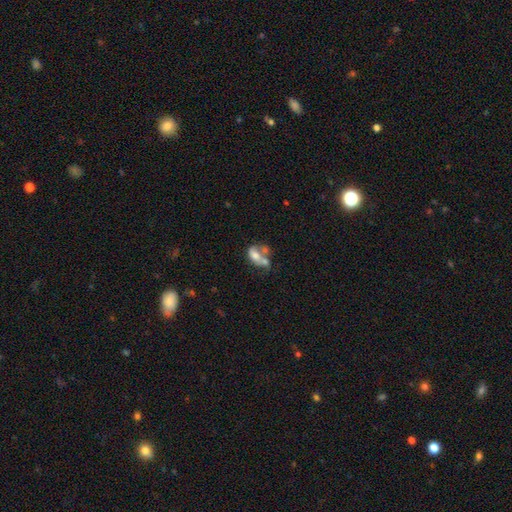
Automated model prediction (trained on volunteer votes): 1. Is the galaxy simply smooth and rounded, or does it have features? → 50% smooth, 39% featured or disk, 10% star or artifact.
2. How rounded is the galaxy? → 80% in between, 17% round, 3% cigar-shaped.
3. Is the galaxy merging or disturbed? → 55% merger, 17% major disturbance, 16% none, 12% minor disturbance.